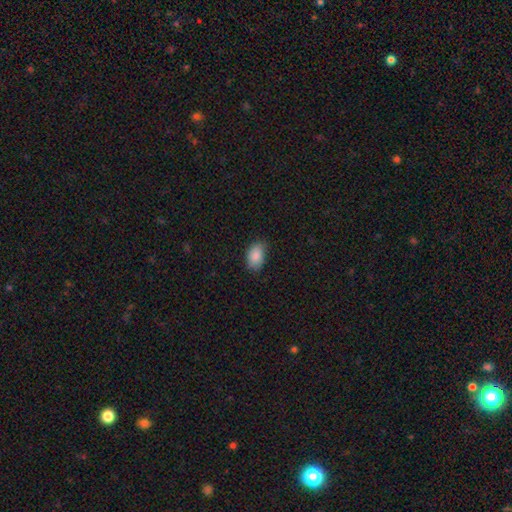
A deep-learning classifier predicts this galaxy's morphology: Smooth or featured?
  - smooth: 88% *
  - star or artifact: 7%
  - featured or disk: 5%
How rounded?
  - in between: 88% *
  - round: 11%
  - cigar-shaped: 1%
Merging?
  - none: 77% *
  - minor disturbance: 19%
  - major disturbance: 3%
  - merger: 1%